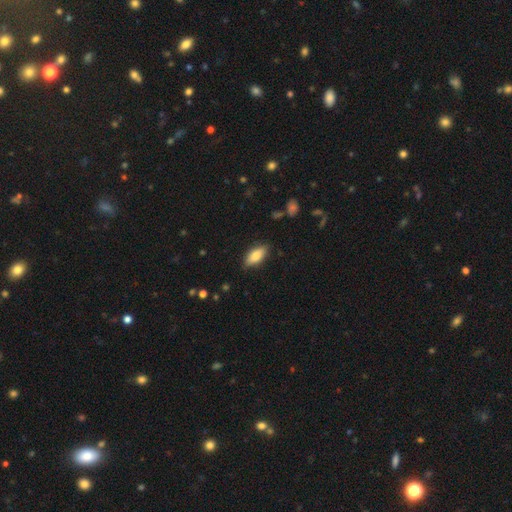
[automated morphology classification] Overall: smooth (80%). How rounded: in between (82%). Merging: none (84%).